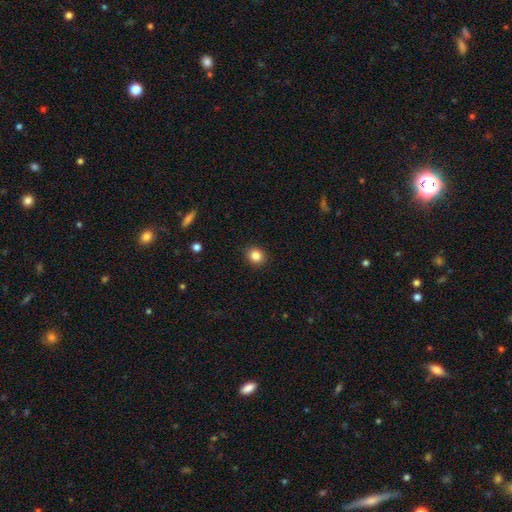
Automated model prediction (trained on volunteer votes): This appears to be a smooth galaxy with no disk features (84%) that is round (80%). Merging: none (91%).